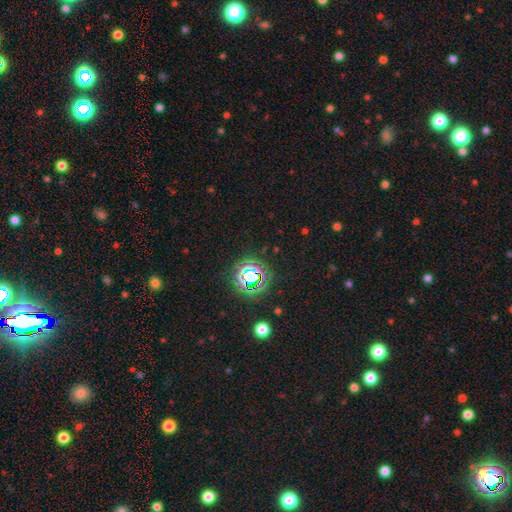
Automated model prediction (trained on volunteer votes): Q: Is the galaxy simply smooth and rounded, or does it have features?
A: star or artifact — 66%.